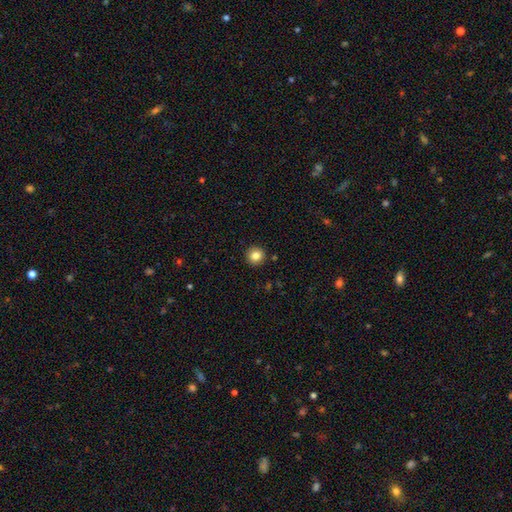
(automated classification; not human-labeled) A smooth galaxy with no disk features (83%) that is round (94%). Merging: none (92%).